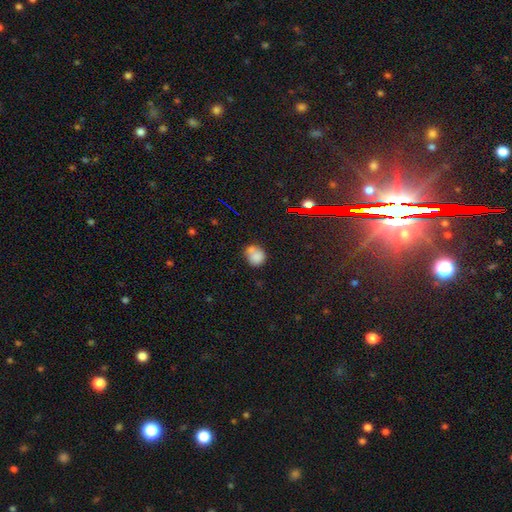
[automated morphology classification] The model was most divided on "merging": none: 51%, minor disturbance: 22%, merger: 20%, major disturbance: 7%. More confident: smooth or featured — smooth (77%); how rounded — round (76%).